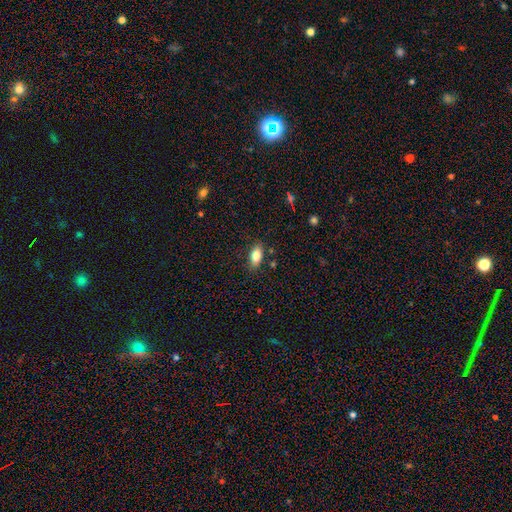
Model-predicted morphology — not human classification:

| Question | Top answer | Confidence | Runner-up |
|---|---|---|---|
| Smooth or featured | smooth | 81% | featured or disk (11%) |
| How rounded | in between | 89% | cigar-shaped (7%) |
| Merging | none | 84% | minor disturbance (11%) |